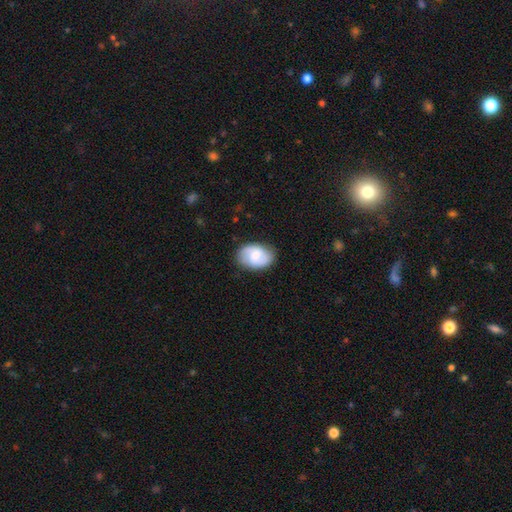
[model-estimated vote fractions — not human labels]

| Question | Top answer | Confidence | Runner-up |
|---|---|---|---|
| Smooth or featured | featured or disk | 47% | smooth (46%) |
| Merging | none | 82% | minor disturbance (14%) |